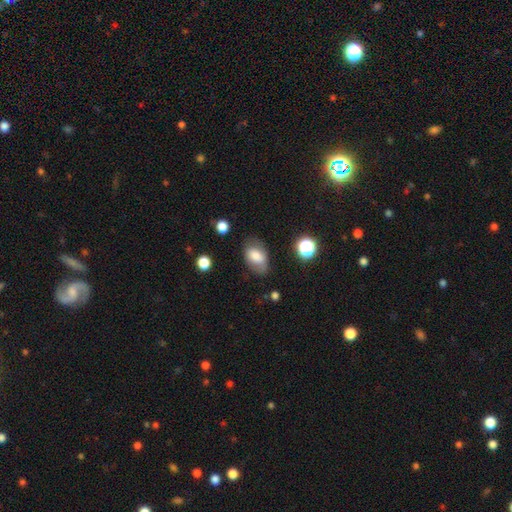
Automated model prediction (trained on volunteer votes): A smooth galaxy with no disk features (70%) that is in between round and cigar-shaped (87%). Merging: none (65%).